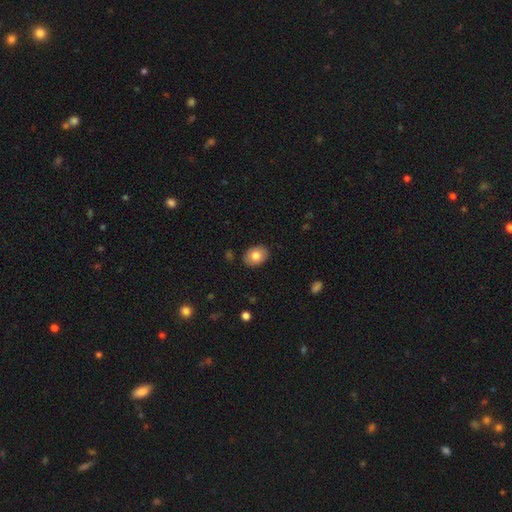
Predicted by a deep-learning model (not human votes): Smooth or featured?
  - smooth: 79% *
  - featured or disk: 13%
  - star or artifact: 8%
How rounded?
  - in between: 66% *
  - round: 33%
  - cigar-shaped: 1%
Merging?
  - none: 89% *
  - minor disturbance: 8%
  - major disturbance: 2%
  - merger: 1%